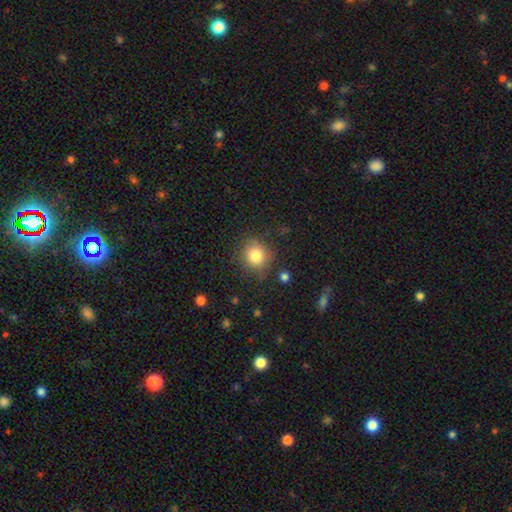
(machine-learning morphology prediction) Overall: smooth (82%). How rounded: round (86%). Merging: none (81%).